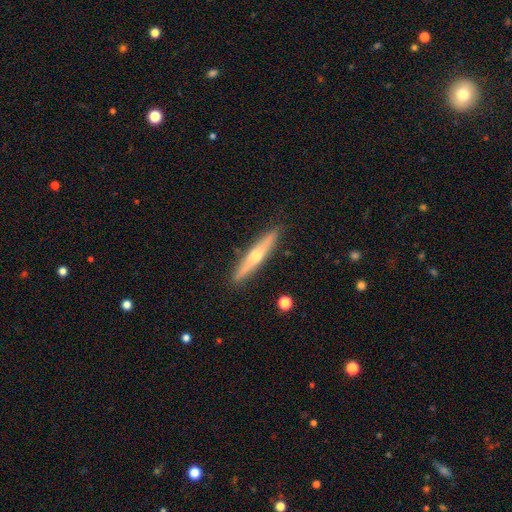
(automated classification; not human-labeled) Smooth or featured? featured or disk (60%)
Edge-on disk? yes (95%)
Edge-on bulge? rounded (87%)
Merging? none (89%)